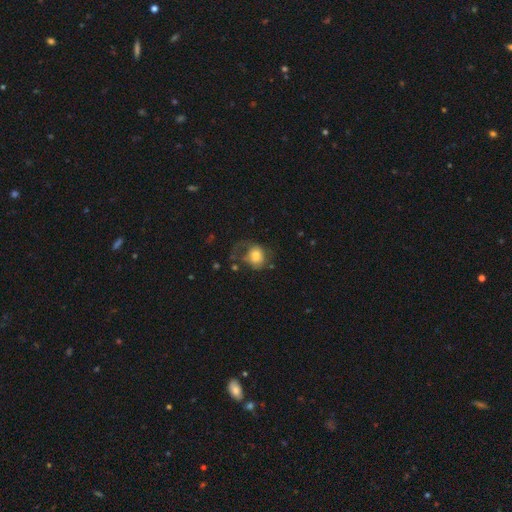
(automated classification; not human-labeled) Smooth or featured?
  - smooth: 72% *
  - featured or disk: 20%
  - star or artifact: 8%
How rounded?
  - round: 58% *
  - in between: 41%
  - cigar-shaped: 1%
Merging?
  - major disturbance: 37% *
  - none: 35%
  - minor disturbance: 25%
  - merger: 4%